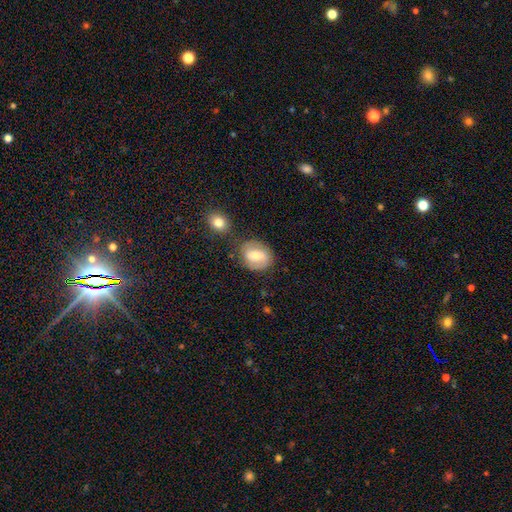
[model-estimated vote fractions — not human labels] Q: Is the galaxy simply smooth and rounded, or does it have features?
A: featured or disk — 48%.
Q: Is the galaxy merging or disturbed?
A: none — 72%.